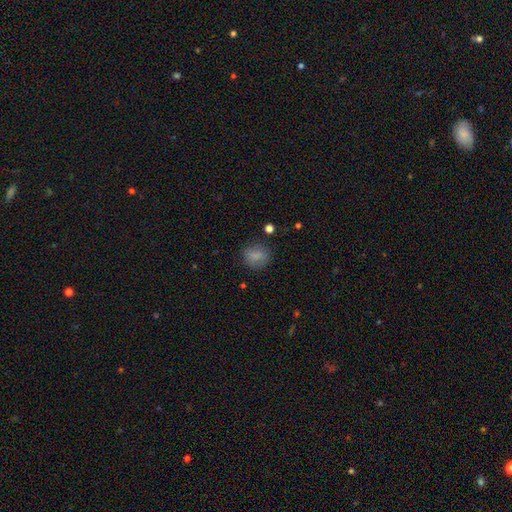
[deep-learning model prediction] The model was most divided on "how rounded": round: 70%, in between: 29%, cigar-shaped: 1%. More confident: smooth or featured — smooth (81%); merging — none (79%).